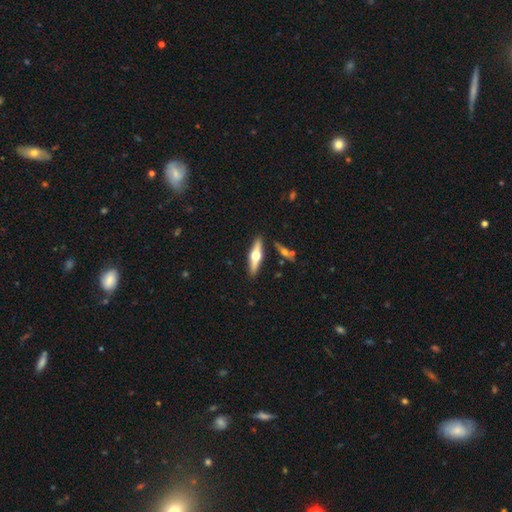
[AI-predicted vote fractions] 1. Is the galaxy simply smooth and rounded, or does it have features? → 65% featured or disk, 29% smooth, 6% star or artifact.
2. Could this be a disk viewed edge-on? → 95% yes, 5% no.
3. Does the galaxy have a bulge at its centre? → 96% rounded, 2% boxy, 2% none.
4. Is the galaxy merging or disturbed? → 87% none, 8% minor disturbance, 3% merger, 2% major disturbance.